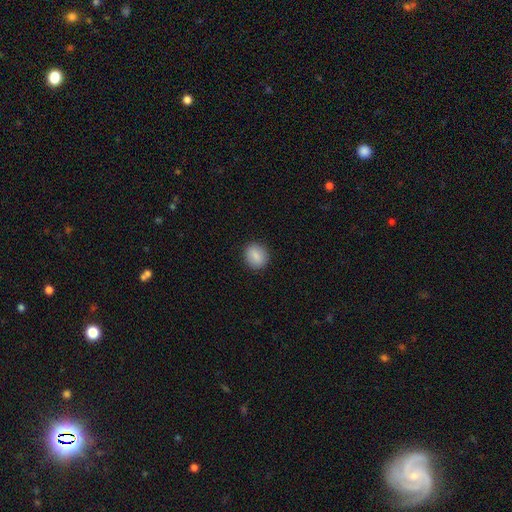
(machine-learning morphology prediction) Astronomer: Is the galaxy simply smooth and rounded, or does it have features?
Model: smooth — 87%.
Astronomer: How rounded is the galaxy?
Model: round — 73%.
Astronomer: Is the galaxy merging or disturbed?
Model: none — 90%.